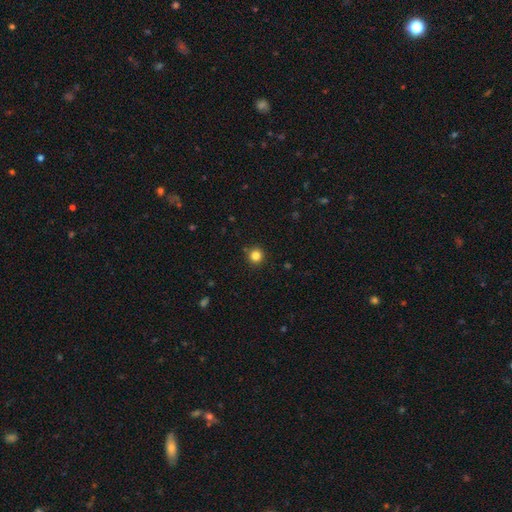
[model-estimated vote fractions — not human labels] A smooth galaxy with no disk features (82%) that is round (95%). Merging: none (91%).